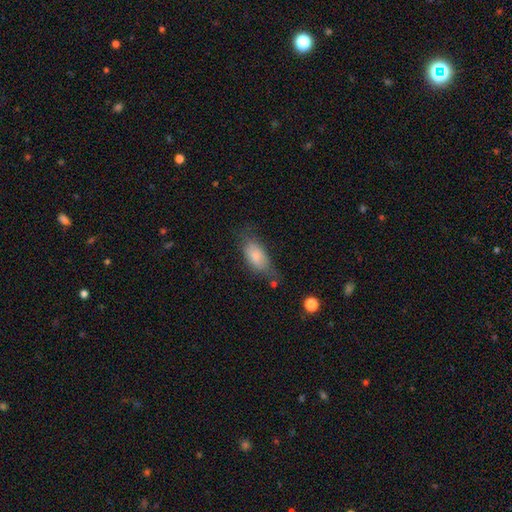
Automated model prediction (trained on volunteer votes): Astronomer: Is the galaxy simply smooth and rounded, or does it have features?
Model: smooth — 78%.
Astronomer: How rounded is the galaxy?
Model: in between — 86%.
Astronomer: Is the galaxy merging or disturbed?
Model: none — 44% (runner-up: minor disturbance, 33%).